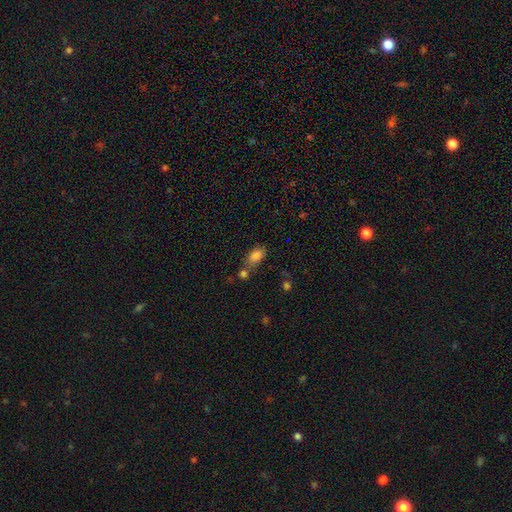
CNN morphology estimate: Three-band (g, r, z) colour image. It shows a smooth galaxy with no disk features (83%) that is in between round and cigar-shaped (88%). Merging: none (52%).